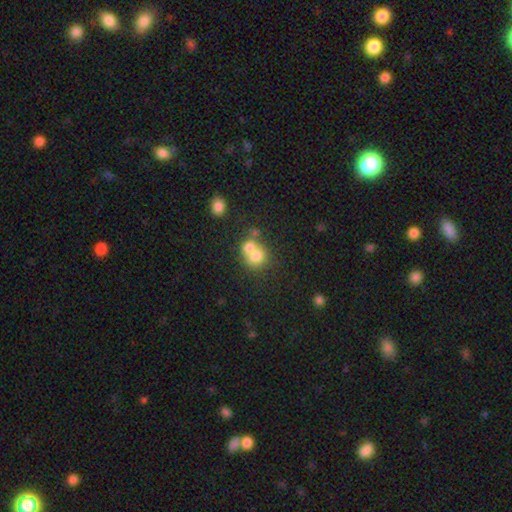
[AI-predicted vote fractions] smooth_or_featured: smooth (p=0.71) [alt: featured or disk p=0.18]
how_rounded: round (p=0.73) [alt: in between p=0.27]
merging: merger (p=0.65) [alt: none p=0.26]